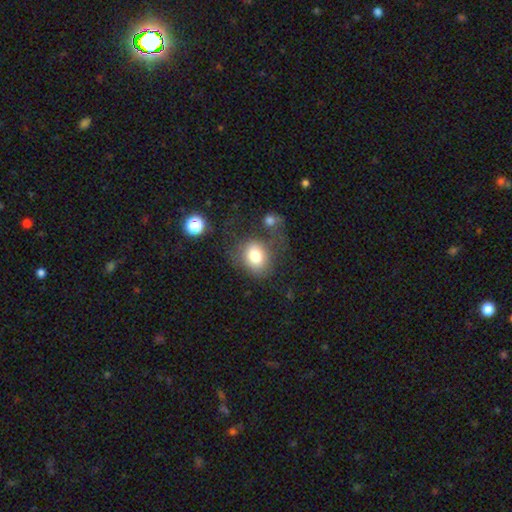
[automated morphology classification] Q: Smooth or featured?
A: smooth (79%); runner-up: featured or disk (12%)
Q: How rounded?
A: round (59%); runner-up: in between (40%)
Q: Merging?
A: none (52%); runner-up: minor disturbance (19%)